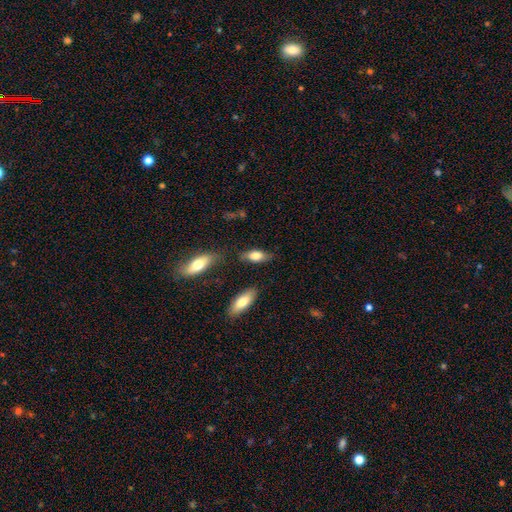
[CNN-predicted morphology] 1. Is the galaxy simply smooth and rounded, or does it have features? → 77% smooth, 17% featured or disk, 6% star or artifact.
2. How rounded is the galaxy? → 84% in between, 13% cigar-shaped, 3% round.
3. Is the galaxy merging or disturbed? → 73% none, 18% minor disturbance, 5% merger, 5% major disturbance.